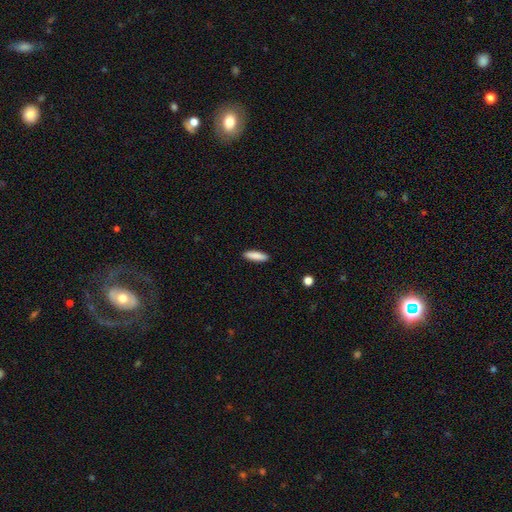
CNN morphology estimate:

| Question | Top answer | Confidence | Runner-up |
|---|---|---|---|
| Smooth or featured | smooth | 88% | featured or disk (6%) |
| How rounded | cigar-shaped | 69% | in between (30%) |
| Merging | none | 91% | minor disturbance (7%) |